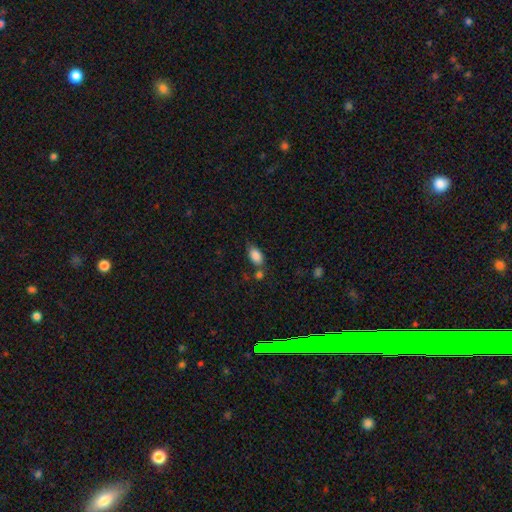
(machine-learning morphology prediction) smooth 86%, star or artifact 8%, featured or disk 6%. Down the decision tree: how rounded — in between (90%); merging — none (60%).